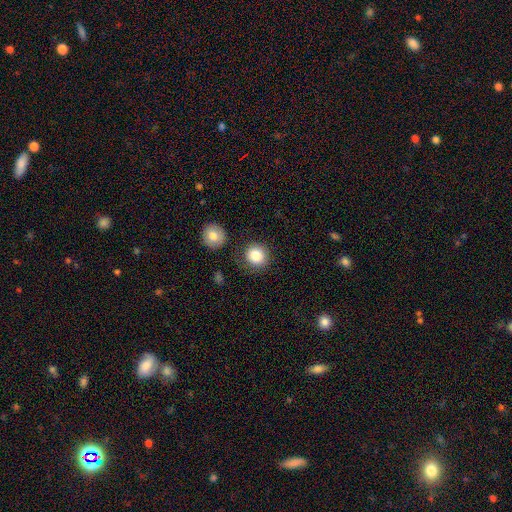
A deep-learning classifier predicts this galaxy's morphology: This is clearly a smooth galaxy (84%). How rounded: clearly round (91%). Merging: clearly none (82%).